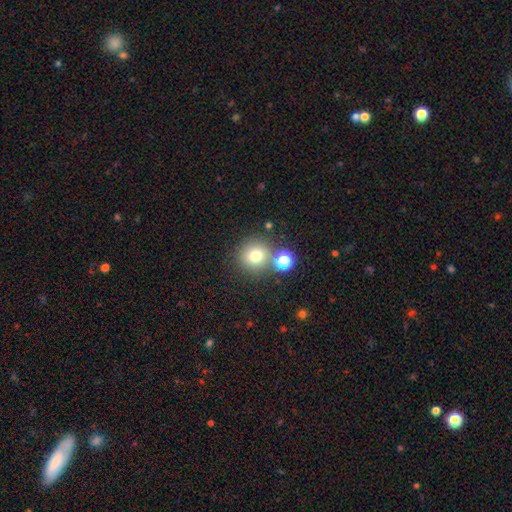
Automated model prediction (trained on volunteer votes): This appears to be a smooth galaxy with no disk features (75%) that is round (91%). Merging: none (73%).